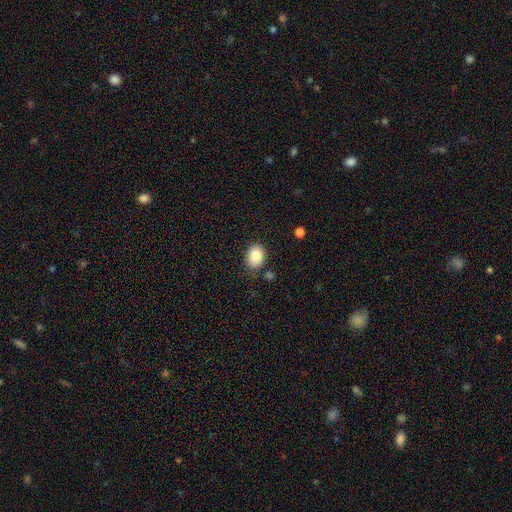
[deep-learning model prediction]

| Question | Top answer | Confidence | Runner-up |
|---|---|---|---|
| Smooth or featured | smooth | 86% | star or artifact (8%) |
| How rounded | in between | 62% | round (37%) |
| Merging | none | 80% | minor disturbance (14%) |